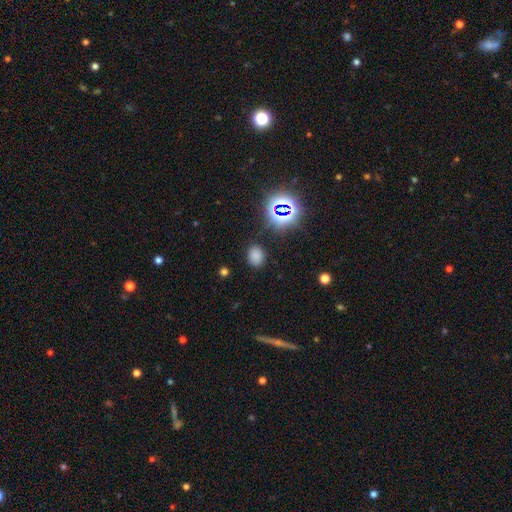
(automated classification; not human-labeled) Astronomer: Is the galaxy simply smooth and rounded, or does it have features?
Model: smooth — 72%.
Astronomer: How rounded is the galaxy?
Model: in between — 55% (runner-up: round, 44%).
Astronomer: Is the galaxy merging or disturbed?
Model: none — 83%.